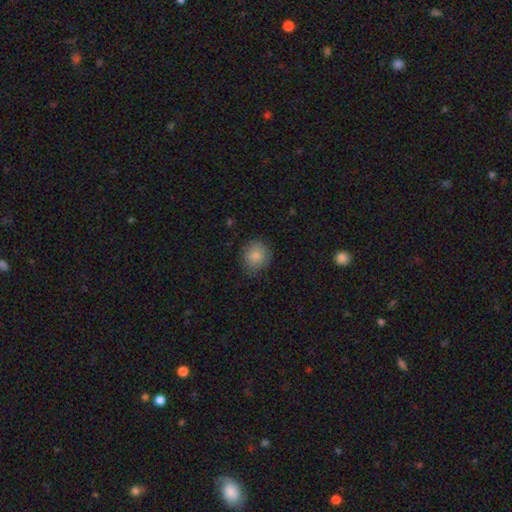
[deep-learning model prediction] smooth_or_featured: smooth (p=0.85) [alt: star or artifact p=0.09]
how_rounded: round (p=0.80) [alt: in between p=0.20]
merging: none (p=0.81) [alt: minor disturbance p=0.14]